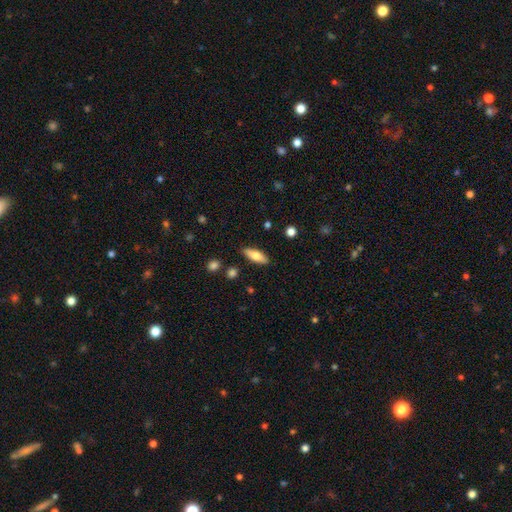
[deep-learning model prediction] Smooth or featured? Predicted: smooth (p=0.69). How rounded? Predicted: in between (p=0.60). Merging? Predicted: none (p=0.87).